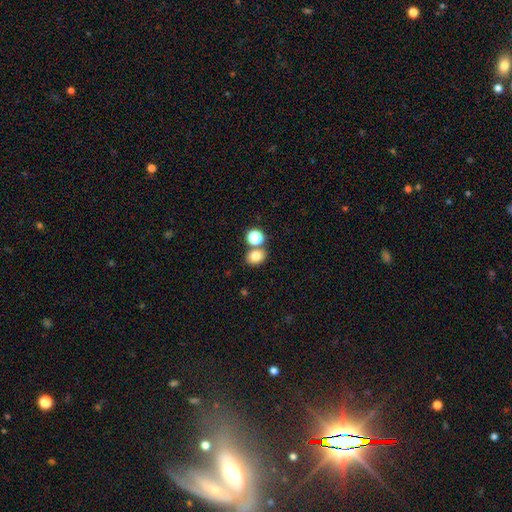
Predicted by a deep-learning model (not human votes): Smooth or featured? smooth (79%)
How rounded? round (52%)
Merging? none (64%)